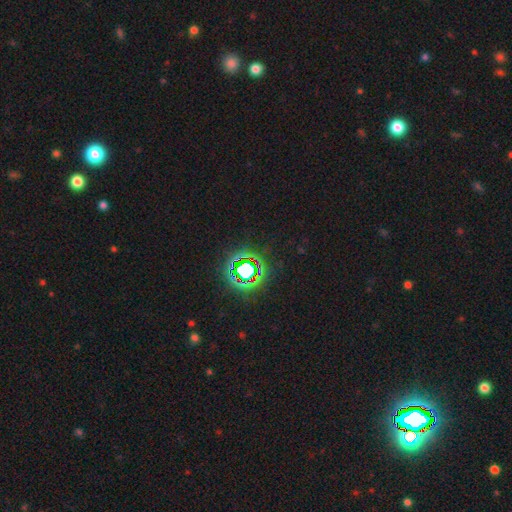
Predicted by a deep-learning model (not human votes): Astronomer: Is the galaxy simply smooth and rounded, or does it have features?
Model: star or artifact — 81%.